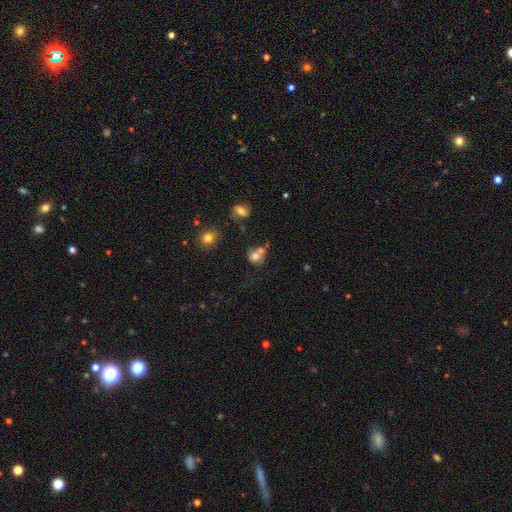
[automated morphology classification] Smooth or featured?
  - smooth: 72% *
  - featured or disk: 15%
  - star or artifact: 13%
How rounded?
  - round: 74% *
  - in between: 25%
  - cigar-shaped: 1%
Merging?
  - merger: 39% * (tied)
  - none: 39% * (tied)
  - minor disturbance: 14%
  - major disturbance: 8%